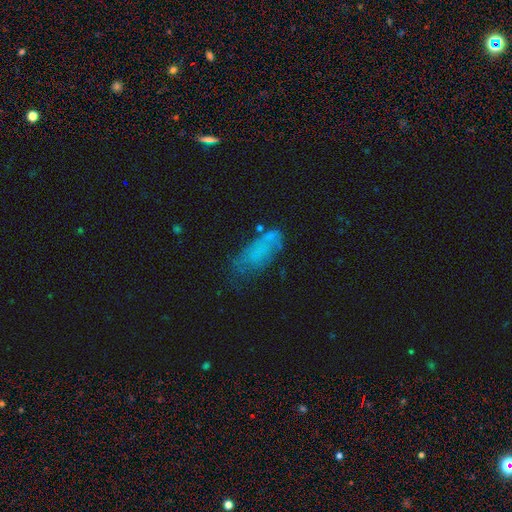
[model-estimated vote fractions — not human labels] Morphology: type=smooth (58%); roundness=in between (84%); merging=none (40%).